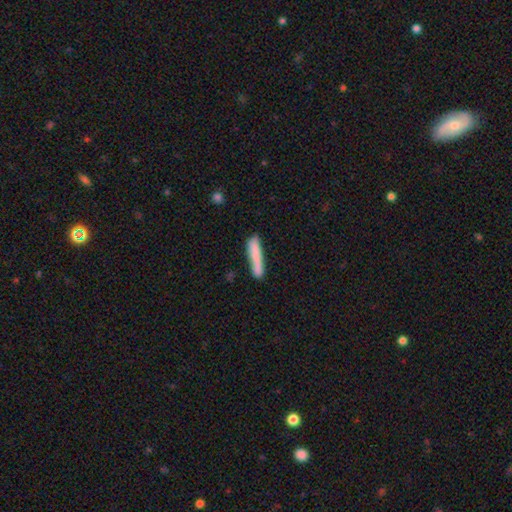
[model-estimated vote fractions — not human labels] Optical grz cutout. It shows a smooth galaxy with no disk features (77%) that is cigar-shaped (91%). Merging: none (69%).